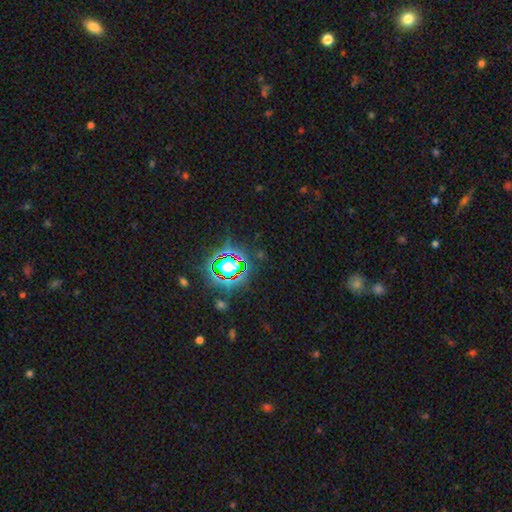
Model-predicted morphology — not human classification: smooth_or_featured: star or artifact (p=0.79) [alt: smooth p=0.13]